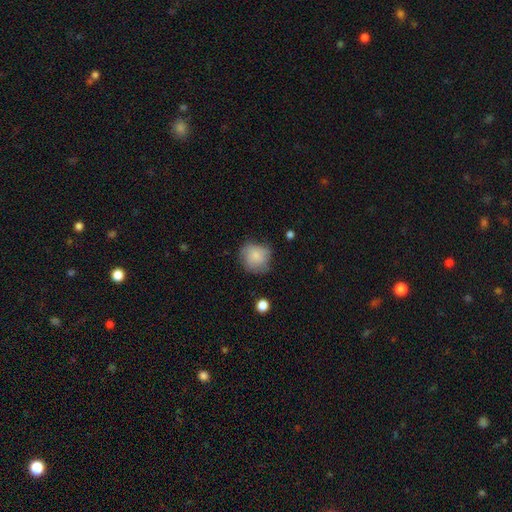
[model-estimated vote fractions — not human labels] The model was most divided on "merging": none: 64%, minor disturbance: 26%, major disturbance: 9%, merger: 2%. More confident: how rounded — round (84%); smooth or featured — smooth (72%).